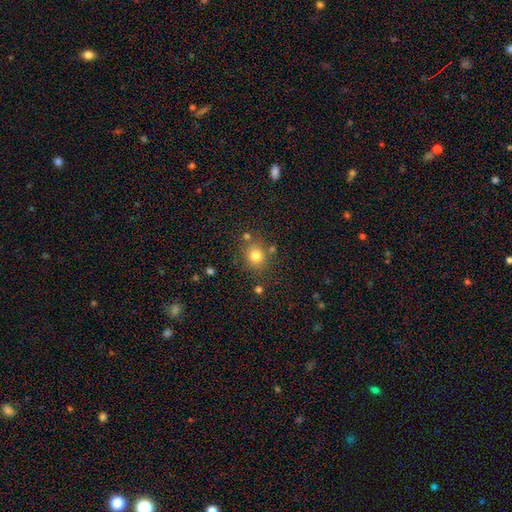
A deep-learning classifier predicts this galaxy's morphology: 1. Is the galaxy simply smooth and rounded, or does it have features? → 79% smooth, 13% star or artifact, 8% featured or disk.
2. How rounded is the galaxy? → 78% round, 21% in between, 1% cigar-shaped.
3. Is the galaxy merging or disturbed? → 77% none, 11% minor disturbance, 8% merger, 4% major disturbance.